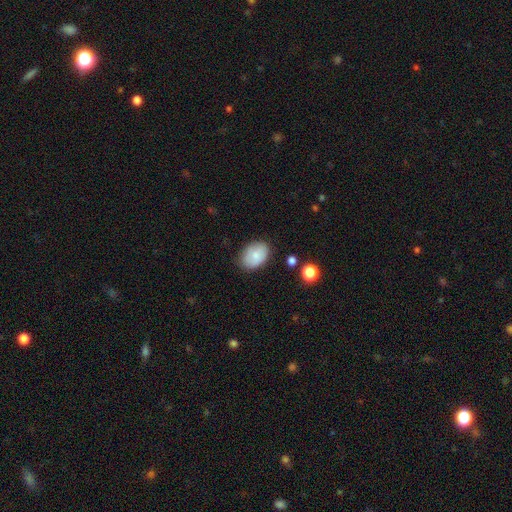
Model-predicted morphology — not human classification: Smooth or featured? Predicted: smooth (p=0.80). How rounded? Predicted: in between (p=0.80). Merging? Predicted: none (p=0.80).